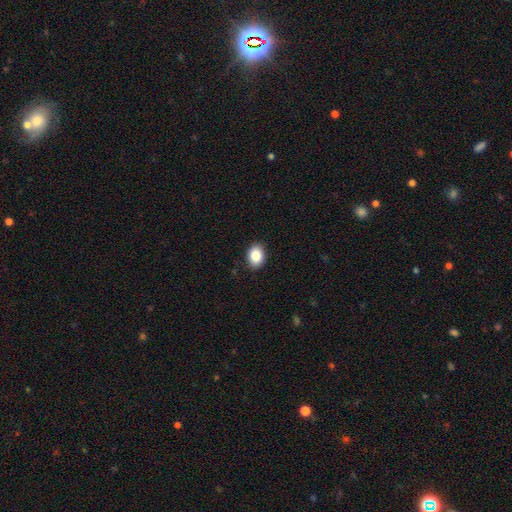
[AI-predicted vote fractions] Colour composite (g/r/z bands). It shows a smooth galaxy with no disk features (86%) that is in between round and cigar-shaped (71%). Merging: none (90%).